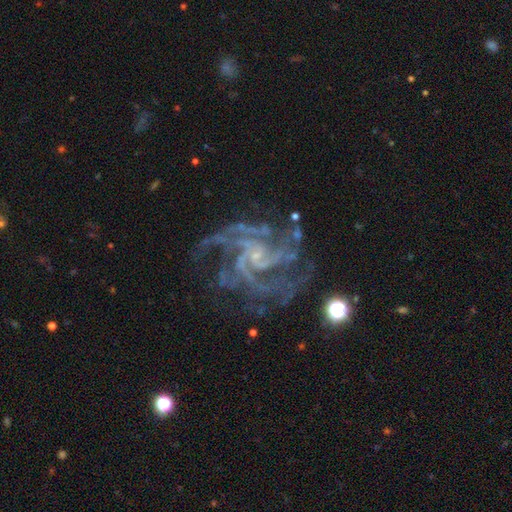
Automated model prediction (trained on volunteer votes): smooth-or-featured: featured or disk: 91% | star or artifact: 6% | smooth: 3%
  disk-edge-on: no: 98% | yes: 2%
    bar: no: 60% | weak: 31% | strong: 9%
    has-spiral-arms: yes: 98% | no: 2%
      spiral-winding: medium: 49% | tight: 42% | loose: 9%
      spiral-arm-count: 4: 28% | 3: 27% | 2: 14% | can't tell: 14% | more than 4: 10% | 1: 8%
    bulge-size: small: 79% | none: 11% | moderate: 9% | large: 1% | dominant: 1%
  merging: none: 63% | minor disturbance: 18% | major disturbance: 16% | merger: 2%